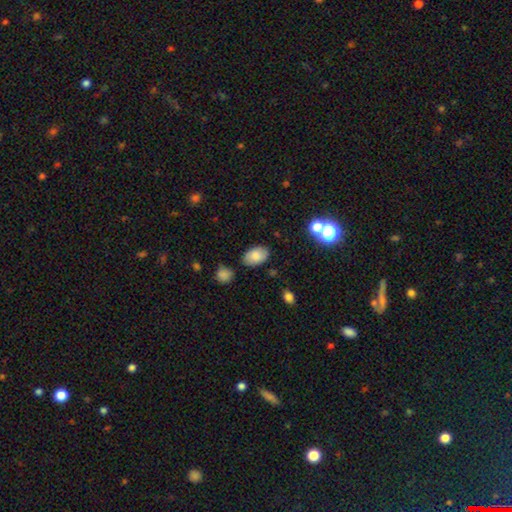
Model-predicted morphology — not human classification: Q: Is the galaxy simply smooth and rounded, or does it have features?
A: smooth — 81%.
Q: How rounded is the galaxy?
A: in between — 92%.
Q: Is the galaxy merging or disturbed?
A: none — 79%.